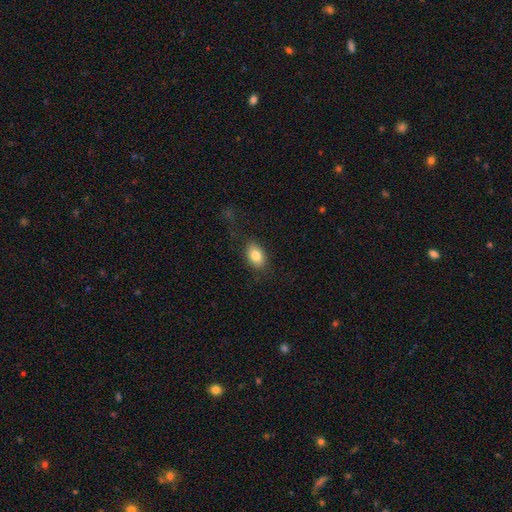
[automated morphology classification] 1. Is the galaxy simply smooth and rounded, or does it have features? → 82% smooth, 10% featured or disk, 8% star or artifact.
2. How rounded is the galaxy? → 85% in between, 13% round, 1% cigar-shaped.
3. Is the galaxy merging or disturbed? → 80% none, 13% minor disturbance, 6% major disturbance, 1% merger.